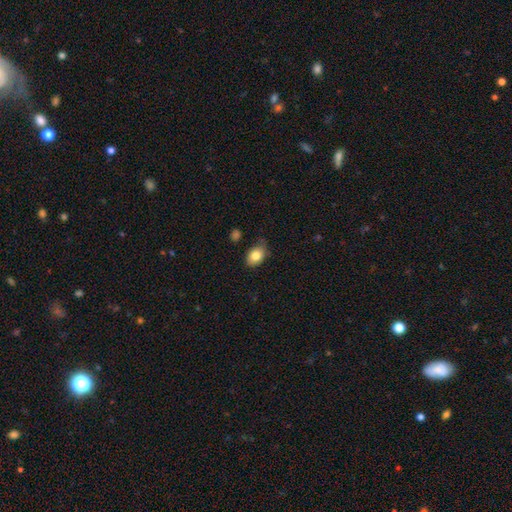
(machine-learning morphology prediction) Q: Smooth or featured?
A: smooth (82%); runner-up: featured or disk (10%)
Q: How rounded?
A: in between (78%); runner-up: round (21%)
Q: Merging?
A: none (71%); runner-up: minor disturbance (23%)